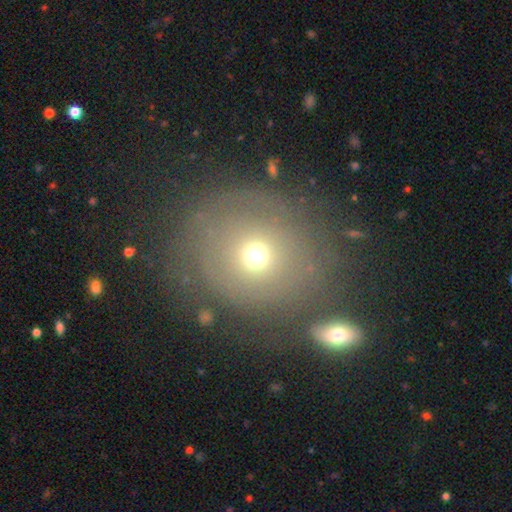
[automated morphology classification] This is possibly a smooth galaxy (56%). How rounded: likely round (74%). Merging: likely none (64%).